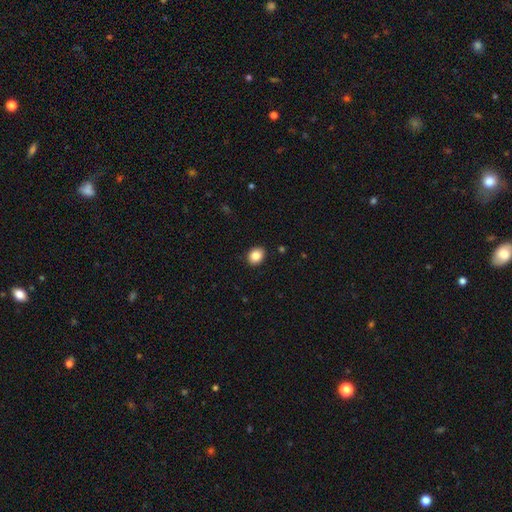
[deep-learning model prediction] This appears to be a smooth galaxy with no disk features (85%) that is round (56%). Merging: none (90%).